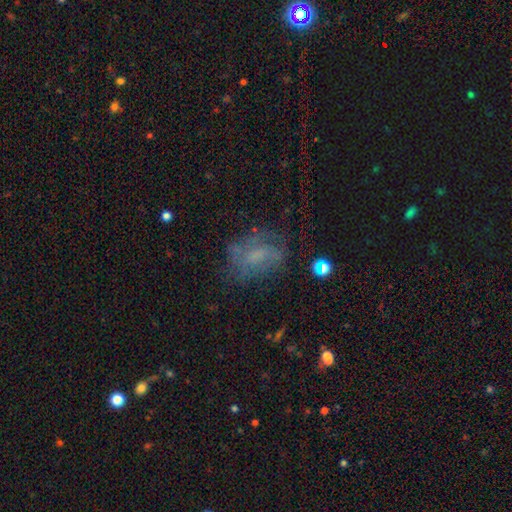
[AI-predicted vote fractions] smooth_or_featured: smooth (p=0.43) [alt: featured or disk p=0.39]
merging: none (p=0.56) [alt: minor disturbance p=0.22]